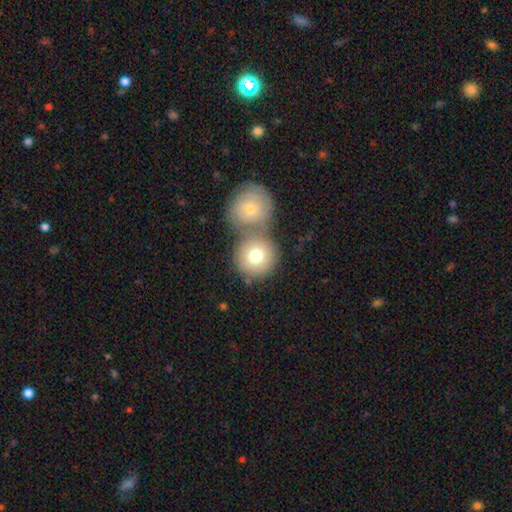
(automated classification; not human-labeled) Smooth or featured: smooth — 75% (featured or disk — 17%)
How rounded: round — 91% (in between — 8%)
Merging: none — 47% (merger — 41%)